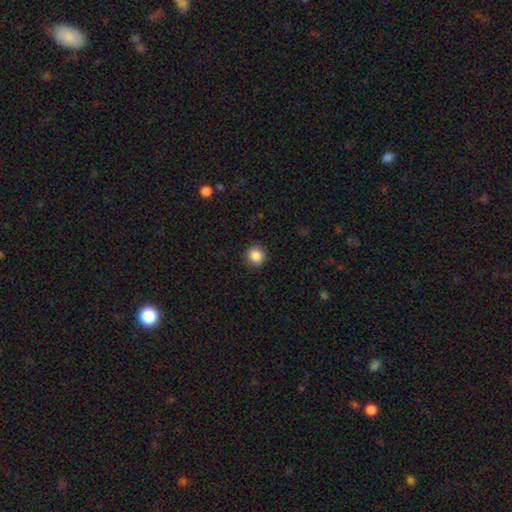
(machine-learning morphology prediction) Smooth or featured? Predicted: smooth (p=0.87). How rounded? Predicted: round (p=0.91). Merging? Predicted: none (p=0.91).